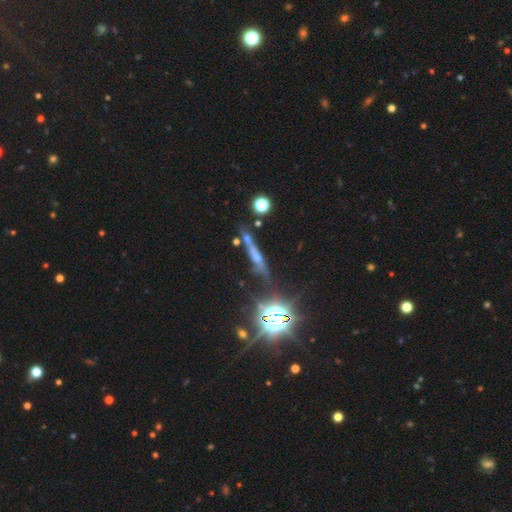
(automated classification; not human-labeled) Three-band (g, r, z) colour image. It shows a featured or disk galaxy (40%). Merging: none (63%).